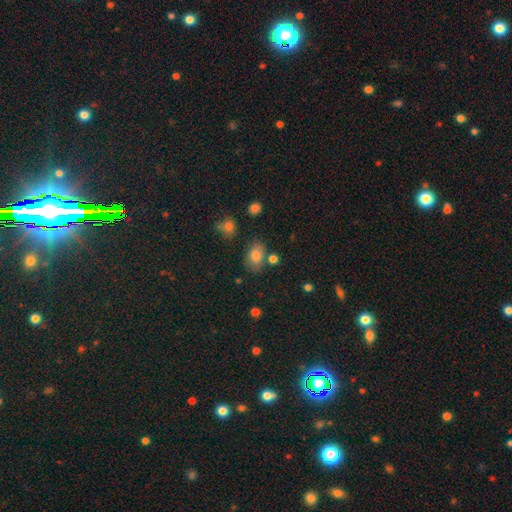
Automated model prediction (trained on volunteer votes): The model was most divided on "merging": none: 71%, minor disturbance: 16%, merger: 8%, major disturbance: 5%. More confident: how rounded — in between (81%); smooth or featured — smooth (79%).